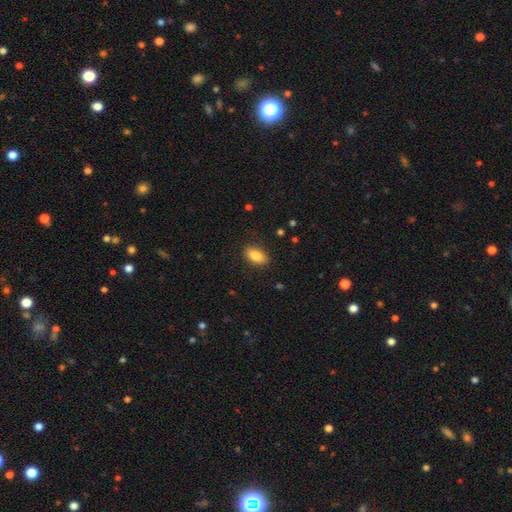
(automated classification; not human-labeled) A smooth galaxy with no disk features (86%) that is in between round and cigar-shaped (90%).

Vote fractions:
- Smooth or featured? smooth: 86% / star or artifact: 7% / featured or disk: 7%
- How rounded? in between: 90% / cigar-shaped: 7% / round: 4%
- Merging? none: 86% / minor disturbance: 10% / major disturbance: 3% / merger: 1%